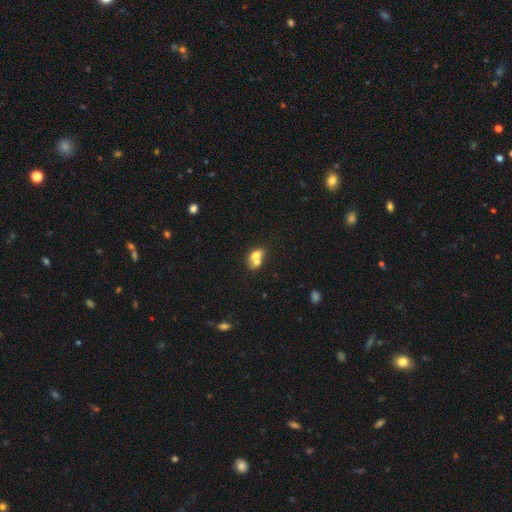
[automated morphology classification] Smooth or featured: smooth — 67% (featured or disk — 23%)
How rounded: in between — 66% (round — 32%)
Merging: merger — 67% (none — 21%)